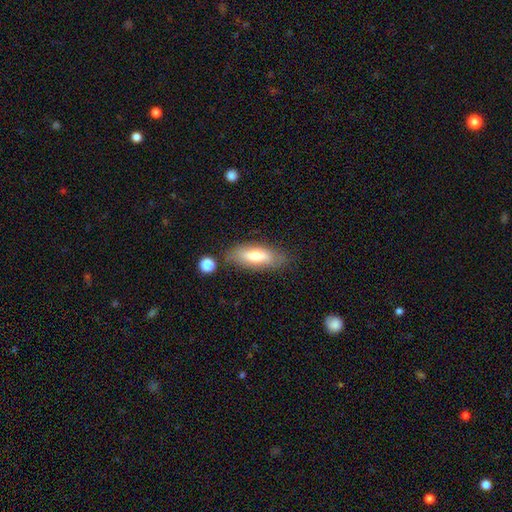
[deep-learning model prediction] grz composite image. It shows a smooth galaxy with no disk features (67%) that is in between round and cigar-shaped (69%). Merging: none (76%).